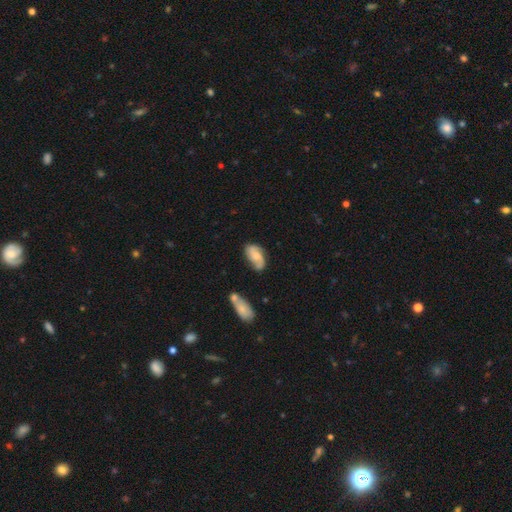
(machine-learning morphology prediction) This is possibly a featured or disk galaxy (47%). Merging: possibly none (59%).